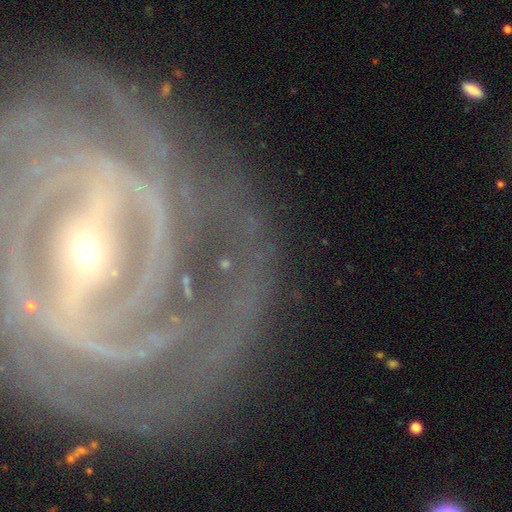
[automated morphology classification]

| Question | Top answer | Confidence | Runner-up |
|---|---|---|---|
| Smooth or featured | featured or disk | 88% | star or artifact (7%) |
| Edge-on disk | no | 96% | yes (4%) |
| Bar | strong | 65% | weak (22%) |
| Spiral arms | yes | 96% | no (4%) |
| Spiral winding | tight | 69% | medium (26%) |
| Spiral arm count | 2 | 27% | can't tell (21%) |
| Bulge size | small | 77% | moderate (19%) |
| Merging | none | 73% | minor disturbance (15%) |